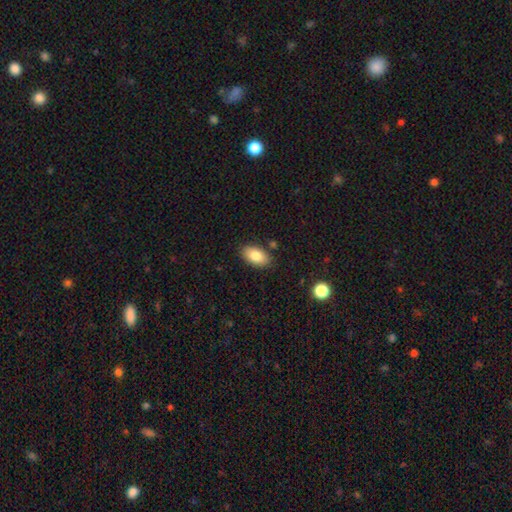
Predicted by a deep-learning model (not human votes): A smooth galaxy with no disk features (82%) that is in between round and cigar-shaped (94%).

Vote fractions:
- Smooth or featured? smooth: 82% / featured or disk: 11% / star or artifact: 7%
- How rounded? in between: 94% / round: 4% / cigar-shaped: 2%
- Merging? none: 85% / minor disturbance: 11% / merger: 3% / major disturbance: 2%